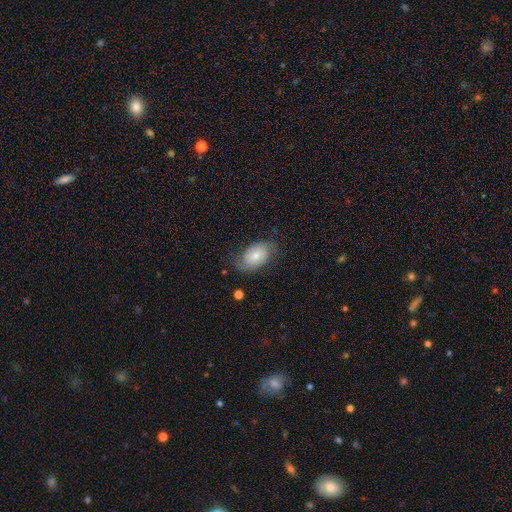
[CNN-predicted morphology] The model was most divided on "smooth or featured": smooth: 61%, featured or disk: 32%, star or artifact: 7%. More confident: how rounded — in between (91%); merging — none (66%).